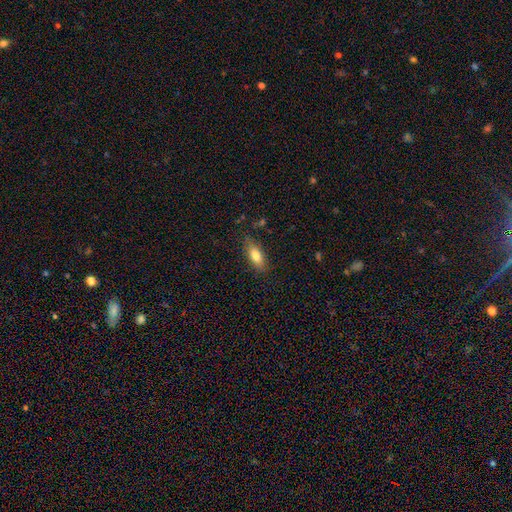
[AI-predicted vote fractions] This is likely a smooth galaxy (78%). How rounded: likely in between (75%). Merging: clearly none (82%).